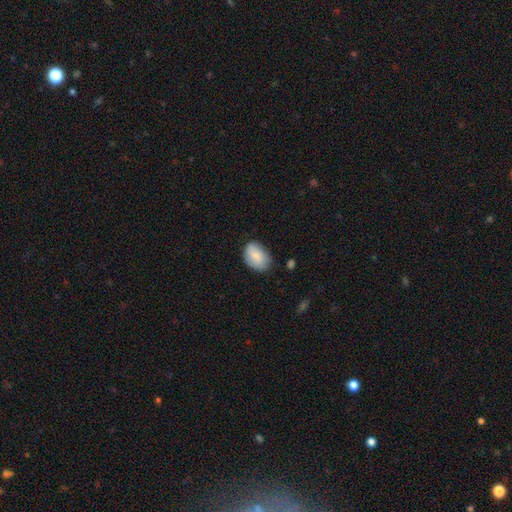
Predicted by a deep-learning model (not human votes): Q: Smooth or featured?
A: smooth (81%); runner-up: featured or disk (13%)
Q: How rounded?
A: in between (82%); runner-up: round (17%)
Q: Merging?
A: none (70%); runner-up: minor disturbance (24%)